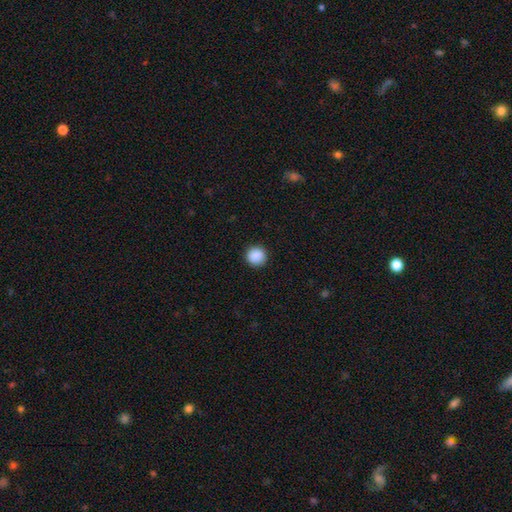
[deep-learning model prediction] The model was most divided on "smooth or featured": smooth: 89%, star or artifact: 8%, featured or disk: 3%. More confident: how rounded — round (94%); merging — none (92%).